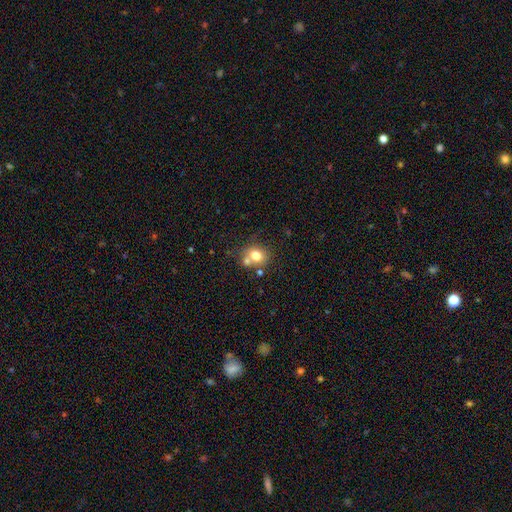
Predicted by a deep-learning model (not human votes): A smooth galaxy with no disk features (74%) that is round (70%).

Vote fractions:
- Smooth or featured? smooth: 74% / featured or disk: 14% / star or artifact: 12%
- How rounded? round: 70% / in between: 29% / cigar-shaped: 1%
- Merging? none: 52% / merger: 31% / minor disturbance: 12% / major disturbance: 4%